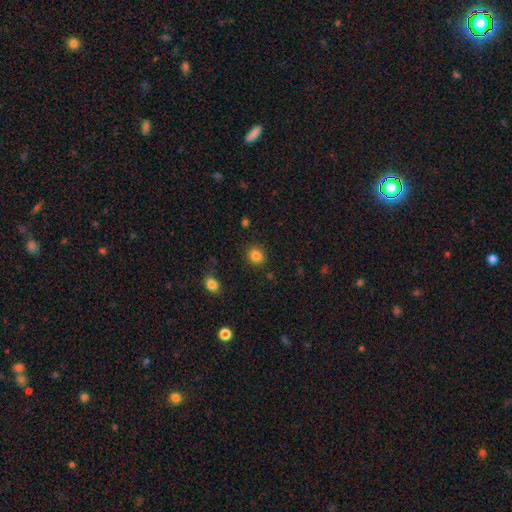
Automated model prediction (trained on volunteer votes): This appears to be a smooth galaxy with no disk features (83%) that is round (80%). Merging: none (89%).